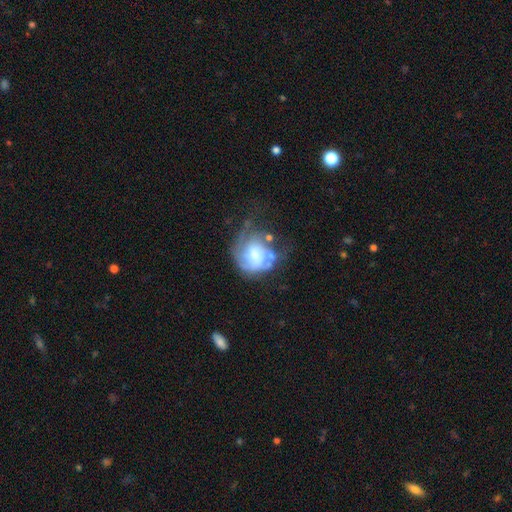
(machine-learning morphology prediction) type=featured or disk (58%); edge-on=no (97%); bar=no (73%); spiral arms=yes (64%); bulge=moderate (38%); merging=major disturbance (37%).